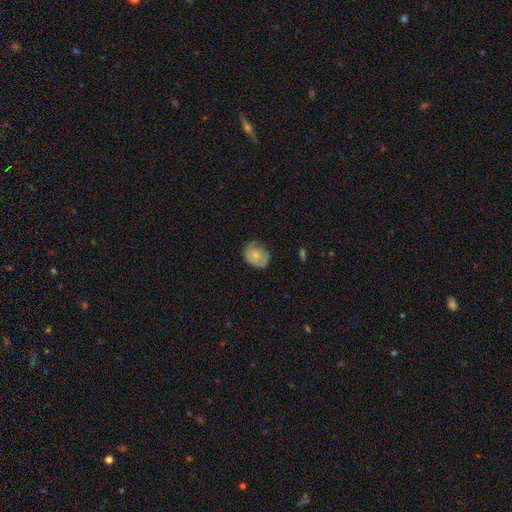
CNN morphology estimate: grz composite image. It shows a smooth galaxy with no disk features (65%) that is round (54%). Merging: none (59%).